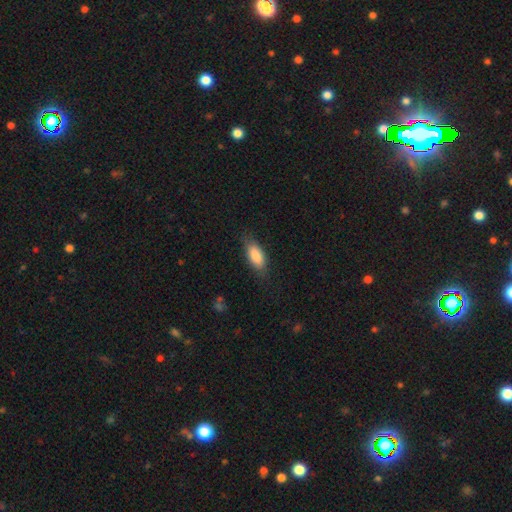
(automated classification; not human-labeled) Smooth or featured?
  - smooth: 84% *
  - featured or disk: 9%
  - star or artifact: 6%
How rounded?
  - in between: 84% *
  - cigar-shaped: 13%
  - round: 2%
Merging?
  - none: 76% *
  - minor disturbance: 18%
  - major disturbance: 5%
  - merger: 1%